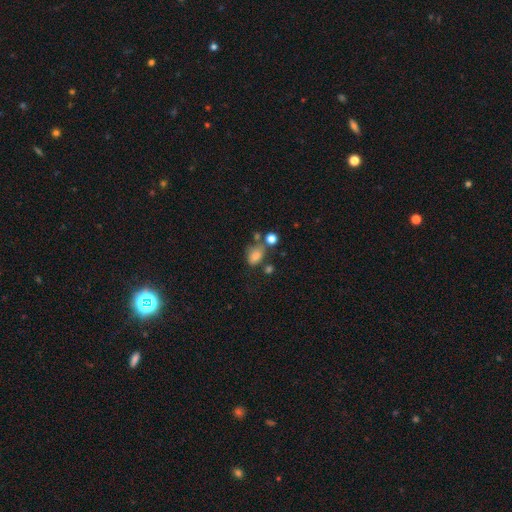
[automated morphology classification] This appears to be a smooth galaxy with no disk features (79%) that is in between round and cigar-shaped (70%). Merging: none (51%).